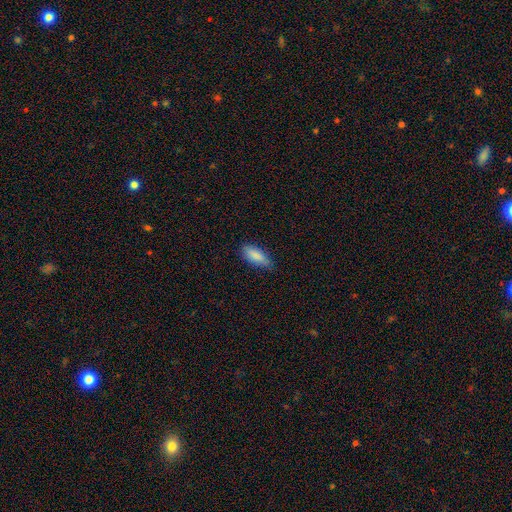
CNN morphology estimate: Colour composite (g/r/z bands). It shows a smooth galaxy with no disk features (87%) that is in between round and cigar-shaped (74%). Merging: none (78%).